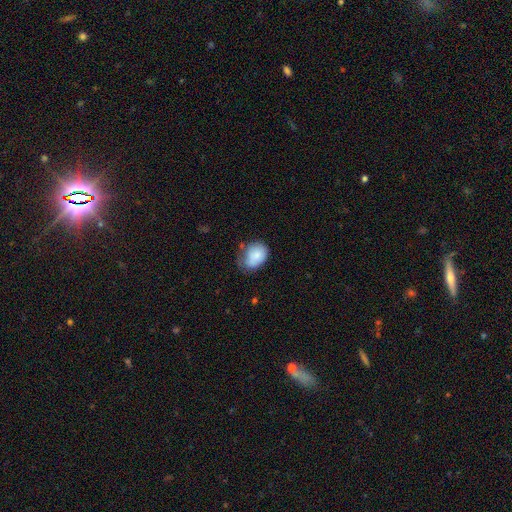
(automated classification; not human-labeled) Smooth or featured: smooth — 82% (featured or disk — 10%)
How rounded: in between — 67% (round — 32%)
Merging: none — 43% (minor disturbance — 40%)